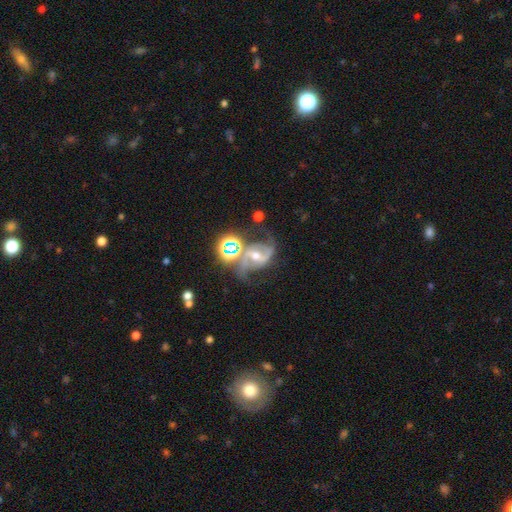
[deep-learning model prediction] Q: Smooth or featured?
A: featured or disk (78%); runner-up: star or artifact (14%)
Q: Edge-on disk?
A: no (97%); runner-up: yes (3%)
Q: Bar?
A: weak (38%); runner-up: strong (32%)
Q: Spiral arms?
A: yes (95%); runner-up: no (5%)
Q: Spiral winding?
A: loose (48%); runner-up: medium (41%)
Q: Spiral arm count?
A: 2 (89%); runner-up: can't tell (4%)
Q: Bulge size?
A: moderate (65%); runner-up: small (28%)
Q: Merging?
A: none (53%); runner-up: minor disturbance (19%)